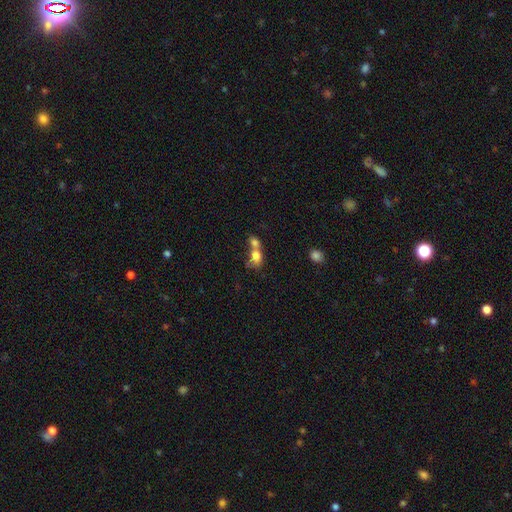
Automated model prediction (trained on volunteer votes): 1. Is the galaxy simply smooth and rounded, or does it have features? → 75% smooth, 15% featured or disk, 10% star or artifact.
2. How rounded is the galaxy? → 57% in between, 41% round, 2% cigar-shaped.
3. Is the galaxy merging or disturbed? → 69% merger, 19% none, 7% minor disturbance, 5% major disturbance.